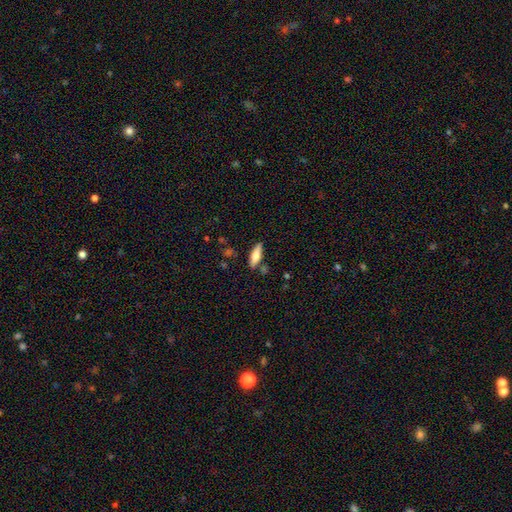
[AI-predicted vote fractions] Overall: smooth (61%; featured or disk 32%). How rounded: cigar-shaped (51%; in between 47%). Merging: none (79%).